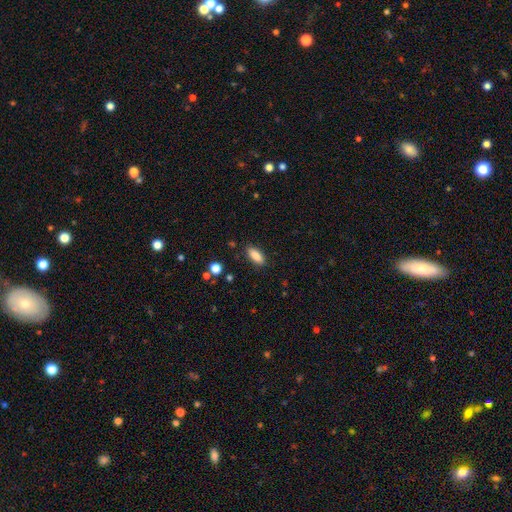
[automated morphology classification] smooth_or_featured: smooth (p=0.87) [alt: star or artifact p=0.07]
how_rounded: in between (p=0.77) [alt: cigar-shaped p=0.21]
merging: none (p=0.87) [alt: minor disturbance p=0.10]